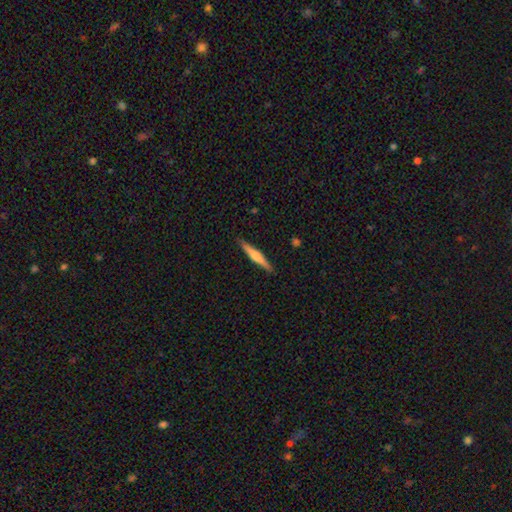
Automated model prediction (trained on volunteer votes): smooth_or_featured: featured or disk (p=0.56) [alt: smooth p=0.39]
disk_edge_on: yes (p=0.97) [alt: no p=0.03]
edge_on_bulge: rounded (p=0.80) [alt: none p=0.10]
merging: none (p=0.90) [alt: minor disturbance p=0.07]